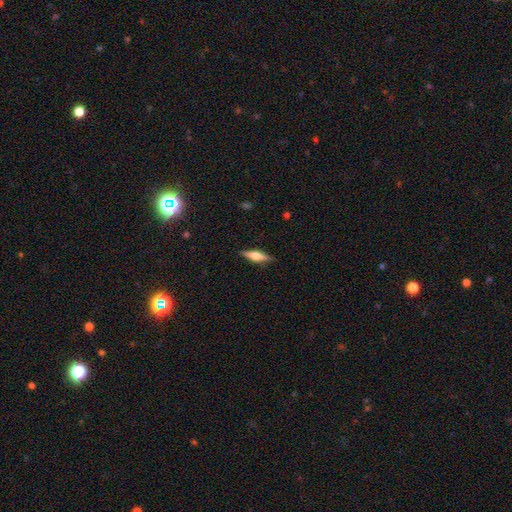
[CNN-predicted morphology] A featured or disk galaxy (57%) viewed edge-on (96%) with a rounded central bulge (87%). Merging: none (88%).